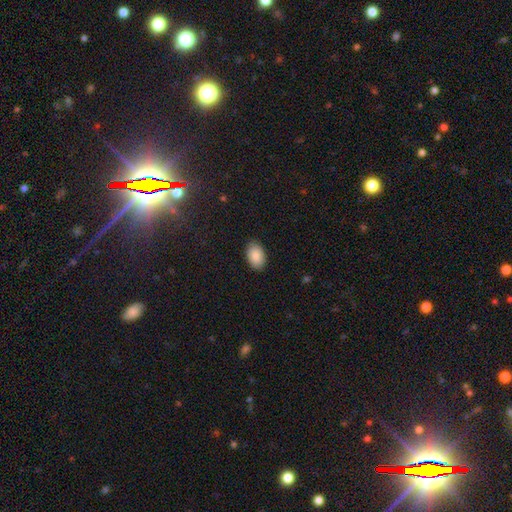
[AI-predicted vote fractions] Smooth or featured: smooth — 88% (star or artifact — 7%)
How rounded: in between — 91% (round — 8%)
Merging: none — 89% (minor disturbance — 8%)